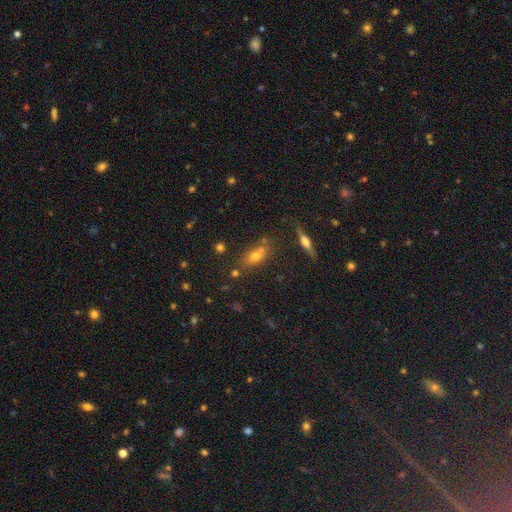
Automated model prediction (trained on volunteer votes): This appears to be a smooth galaxy with no disk features (58%) that is in between round and cigar-shaped (67%). Merging: none (64%).